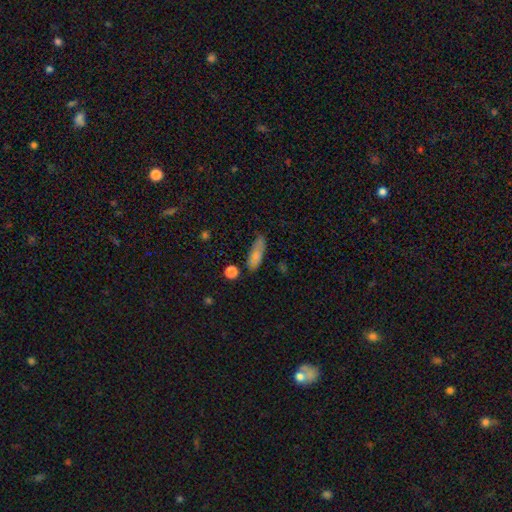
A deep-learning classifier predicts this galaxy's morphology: The model was most divided on "how rounded": in between: 61%, cigar-shaped: 36%, round: 3%. More confident: smooth or featured — smooth (76%); merging — none (67%).